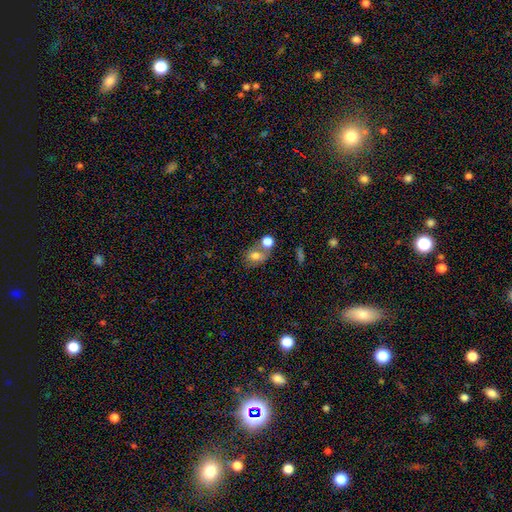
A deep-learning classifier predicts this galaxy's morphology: type=smooth (75%); roundness=in between (51%); merging=none (44%).